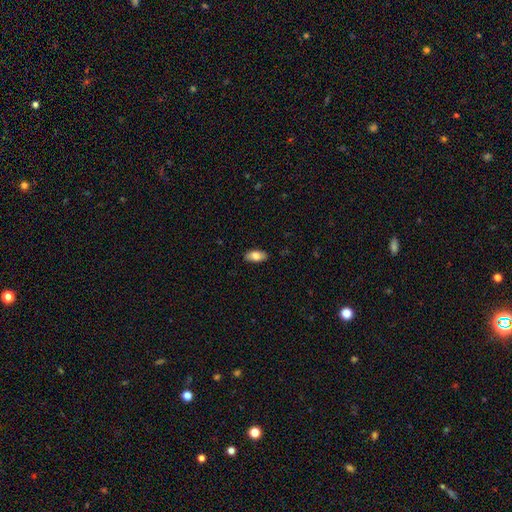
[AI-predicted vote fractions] This is likely a smooth galaxy (80%). How rounded: clearly in between (91%). Merging: clearly none (88%).